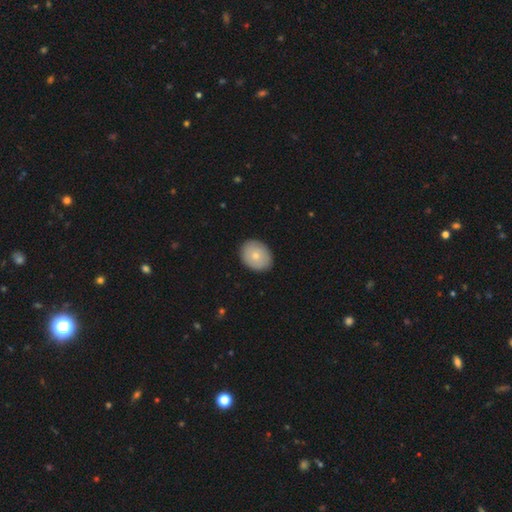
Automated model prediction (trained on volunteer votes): This appears to be a smooth galaxy with no disk features (74%) that is in between round and cigar-shaped (54%). Merging: none (89%).